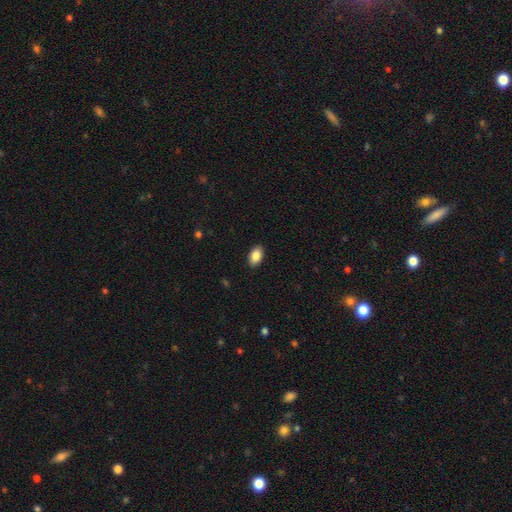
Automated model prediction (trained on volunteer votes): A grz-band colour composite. It shows a smooth galaxy with no disk features (87%) that is in between round and cigar-shaped (92%). Merging: none (90%).